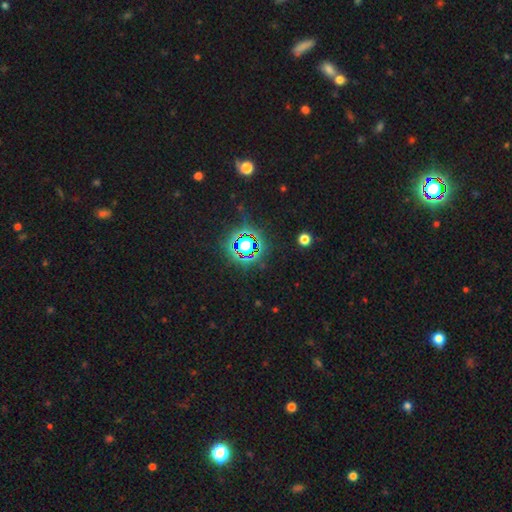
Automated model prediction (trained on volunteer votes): smooth_or_featured: star or artifact (p=0.81) [alt: smooth p=0.11]